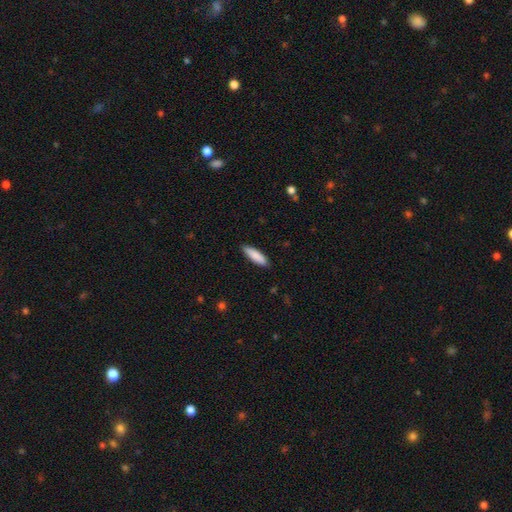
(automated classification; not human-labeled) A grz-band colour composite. It shows a smooth galaxy with no disk features (87%) that is cigar-shaped (57%). Merging: none (88%).